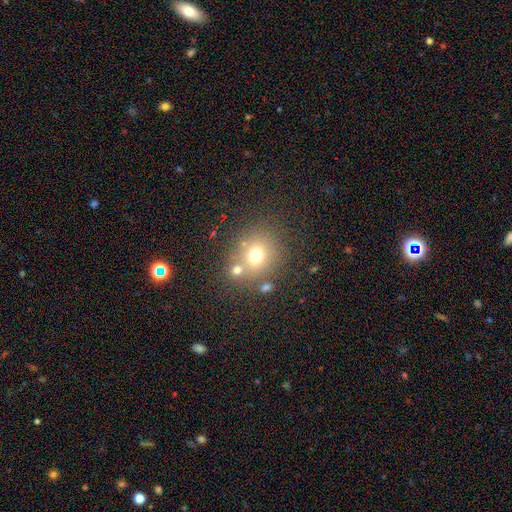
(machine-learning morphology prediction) Overall: smooth (68%). How rounded: round (81%). Merging: none (63%).